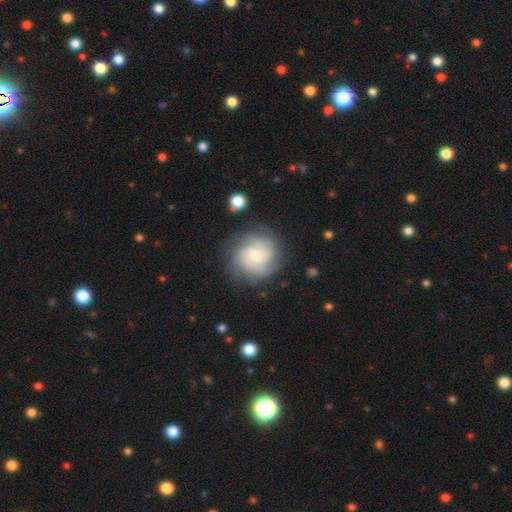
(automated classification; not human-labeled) featured or disk 73%, smooth 20%, star or artifact 7%. Down the decision tree: edge-on disk — no (98%); bar — weak (51%); spiral arms — yes (93%); spiral arm count — can't tell (35%); spiral winding — tight (57%); bulge size — small (51%); merging — none (77%).